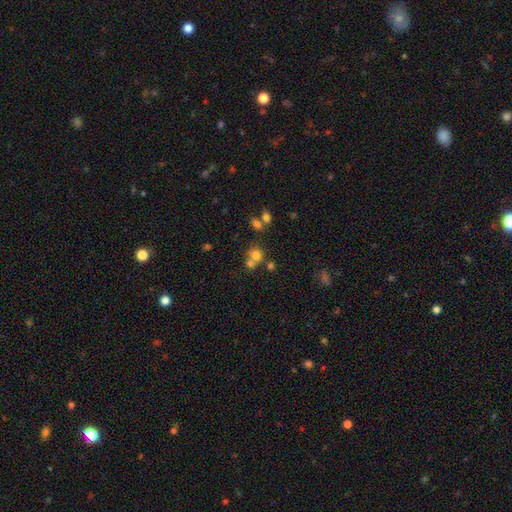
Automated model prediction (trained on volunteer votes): smooth-or-featured: smooth: 70% | star or artifact: 16% | featured or disk: 14%
  how-rounded: round: 79% | in between: 20% | cigar-shaped: 1%
  merging: merger: 44% | none: 43% | minor disturbance: 8% | major disturbance: 4%